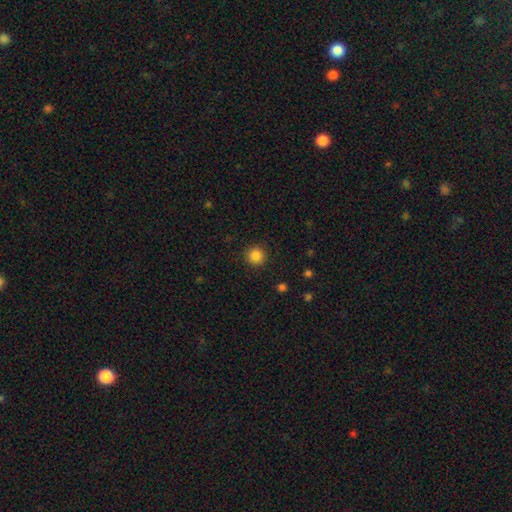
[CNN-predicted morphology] This is clearly a smooth galaxy (86%). How rounded: clearly round (94%). Merging: clearly none (91%).